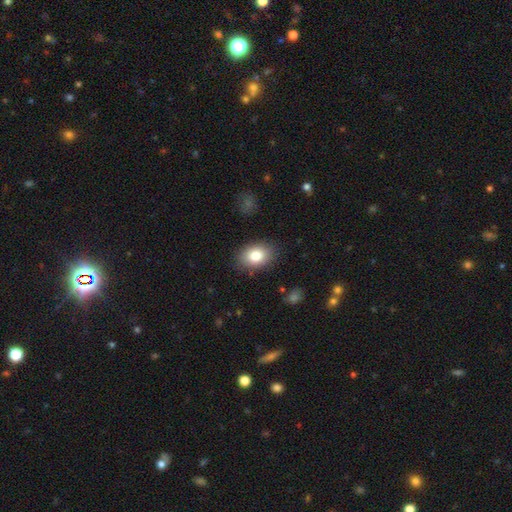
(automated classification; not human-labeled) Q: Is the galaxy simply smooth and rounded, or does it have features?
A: smooth — 82%.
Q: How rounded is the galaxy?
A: in between — 82%.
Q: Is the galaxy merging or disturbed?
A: none — 85%.